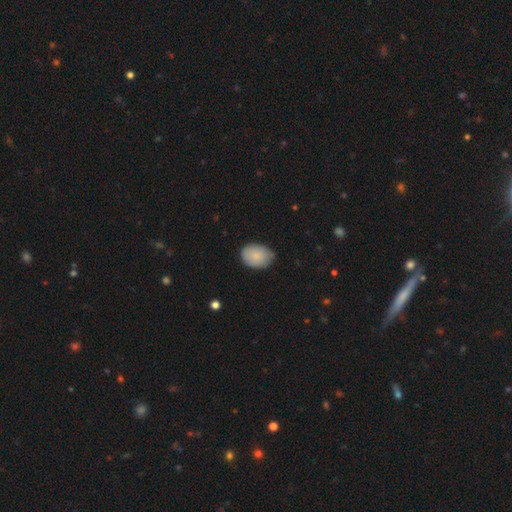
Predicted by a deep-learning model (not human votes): Smooth or featured?
  - smooth: 85% *
  - featured or disk: 9%
  - star or artifact: 6%
How rounded?
  - in between: 76% *
  - round: 23%
  - cigar-shaped: 1%
Merging?
  - none: 69% *
  - minor disturbance: 26%
  - major disturbance: 4%
  - merger: 1%